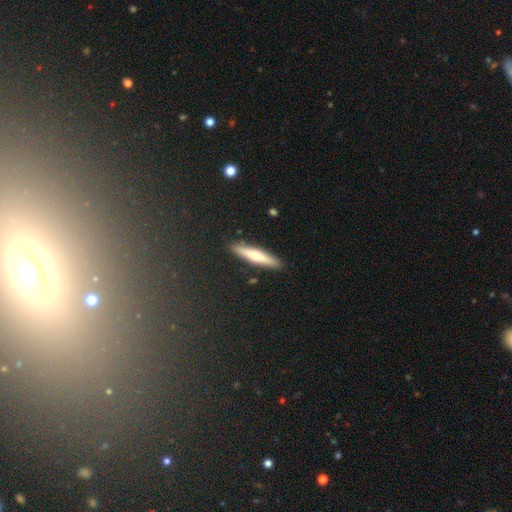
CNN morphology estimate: Smooth or featured? Predicted: smooth (p=0.49). Merging? Predicted: none (p=0.89).